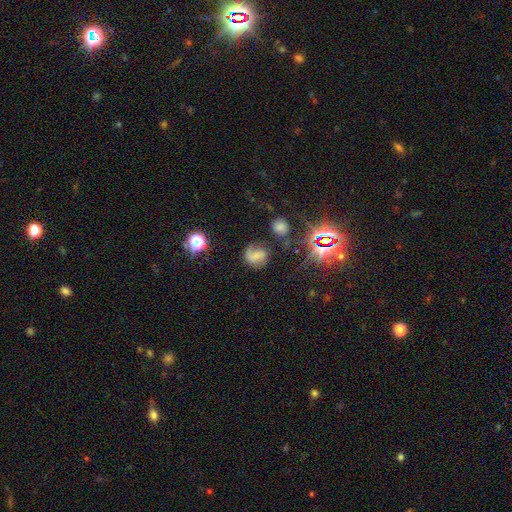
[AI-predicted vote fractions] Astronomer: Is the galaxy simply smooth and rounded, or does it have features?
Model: featured or disk — 44% (runner-up: smooth, 36%).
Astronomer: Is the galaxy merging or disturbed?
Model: none — 56%.